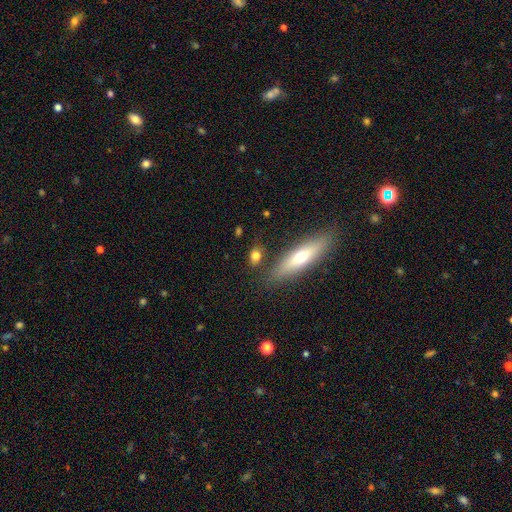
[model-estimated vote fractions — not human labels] This appears to be a smooth galaxy with no disk features (74%) that is in between round and cigar-shaped (60%). Merging: none (76%).